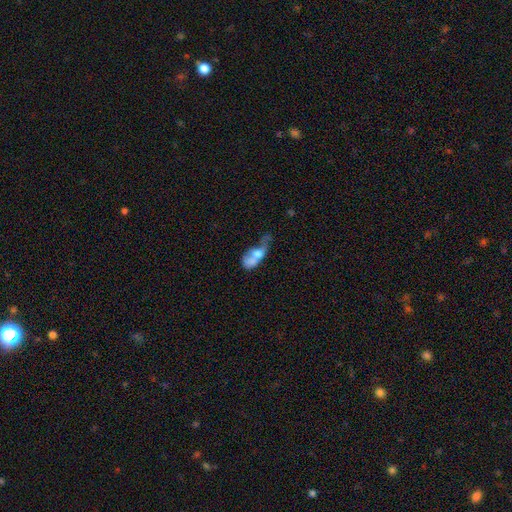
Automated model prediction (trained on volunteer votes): smooth 54%, featured or disk 37%, star or artifact 10%. Down the decision tree: how rounded — in between (72%); merging — merger (48%).